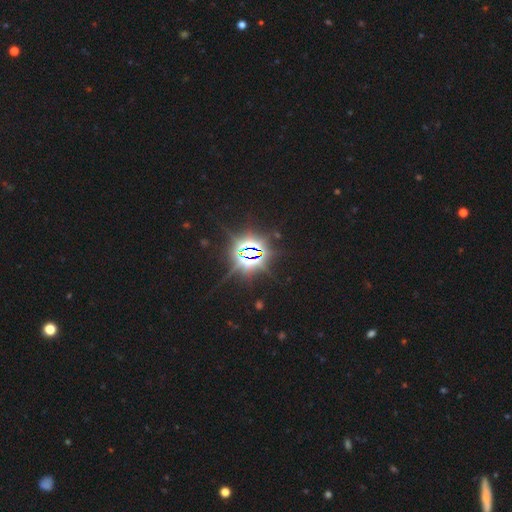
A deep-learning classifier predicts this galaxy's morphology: This appears to be a star or artifact, not a galaxy (85%).